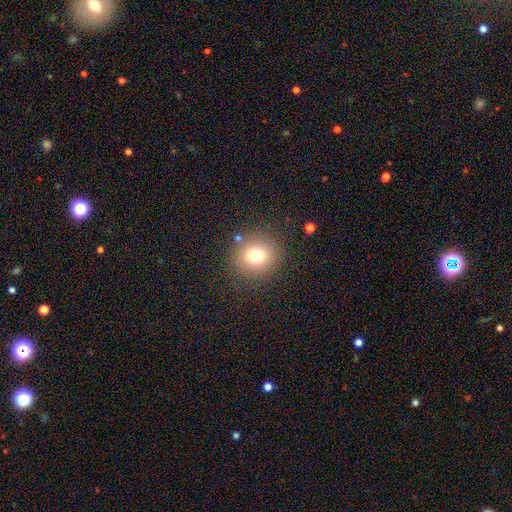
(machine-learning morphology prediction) A smooth galaxy with no disk features (75%) that is round (85%).

Vote fractions:
- Smooth or featured? smooth: 75% / star or artifact: 15% / featured or disk: 10%
- How rounded? round: 85% / in between: 14% / cigar-shaped: 1%
- Merging? none: 84% / minor disturbance: 9% / major disturbance: 4% / merger: 3%